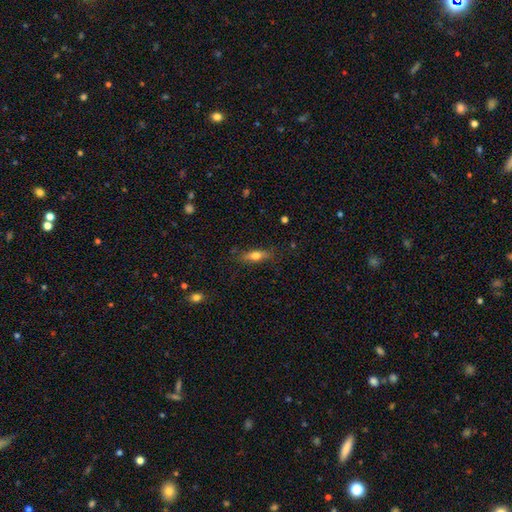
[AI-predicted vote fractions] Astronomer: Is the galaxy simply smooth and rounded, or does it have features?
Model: smooth — 63%.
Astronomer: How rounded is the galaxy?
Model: cigar-shaped — 50% (runner-up: in between, 47%).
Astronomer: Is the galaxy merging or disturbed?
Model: none — 80%.